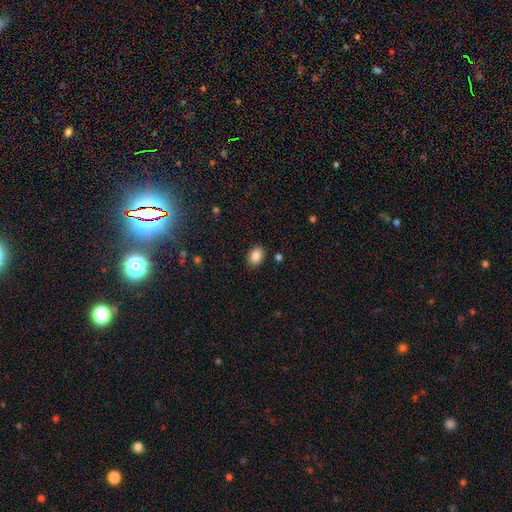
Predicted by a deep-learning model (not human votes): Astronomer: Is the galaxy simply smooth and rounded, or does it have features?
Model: smooth — 86%.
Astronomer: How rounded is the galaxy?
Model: in between — 74%.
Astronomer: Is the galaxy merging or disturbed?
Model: none — 87%.